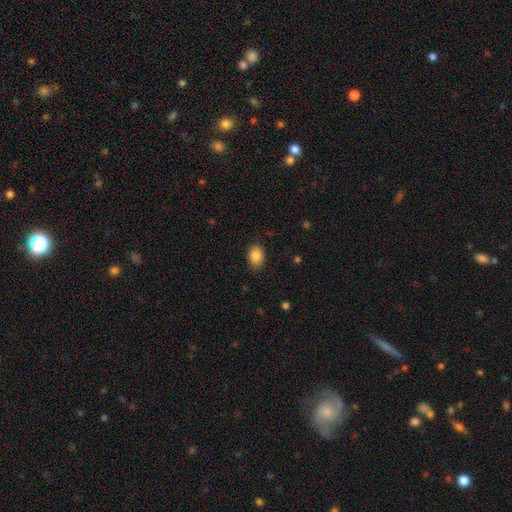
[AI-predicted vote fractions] This appears to be a smooth galaxy with no disk features (87%) that is in between round and cigar-shaped (74%). Merging: none (83%).